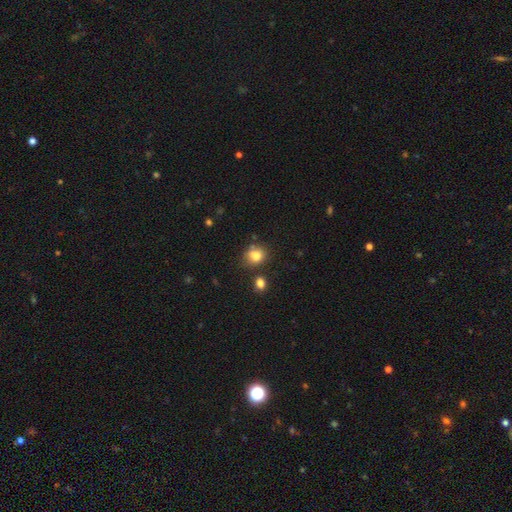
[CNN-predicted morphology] Overall: smooth (80%). How rounded: round (56%; in between 43%). Merging: none (64%).